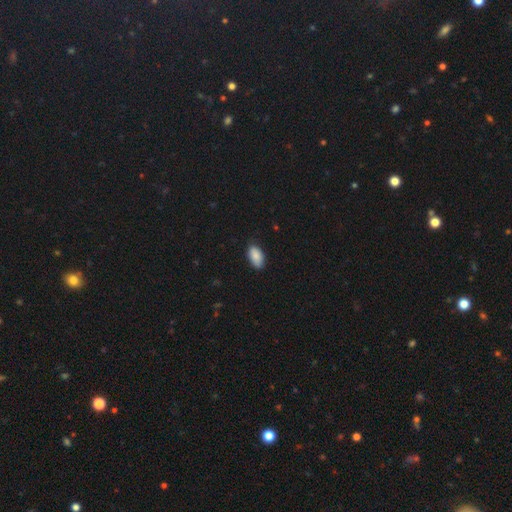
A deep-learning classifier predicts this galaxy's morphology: type=smooth (86%); roundness=in between (94%); merging=none (79%).